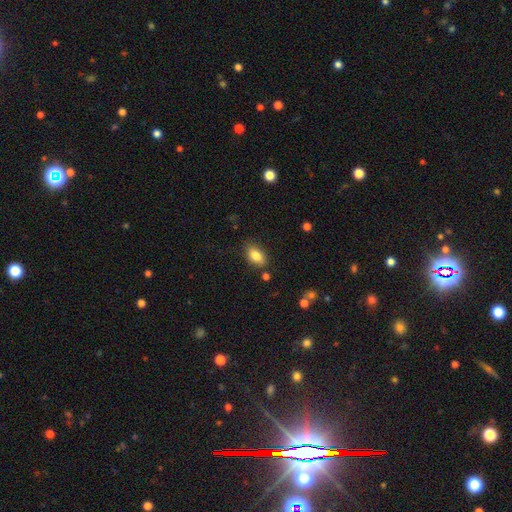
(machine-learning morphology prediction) Smooth or featured? smooth (84%)
How rounded? in between (90%)
Merging? none (80%)